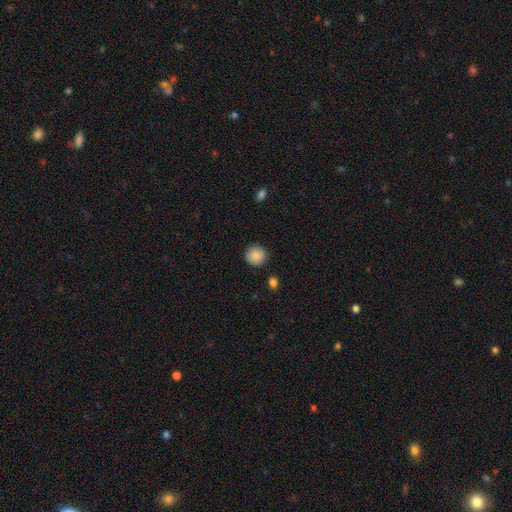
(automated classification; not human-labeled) Q: Smooth or featured?
A: smooth (87%); runner-up: star or artifact (8%)
Q: How rounded?
A: round (93%); runner-up: in between (6%)
Q: Merging?
A: none (89%); runner-up: minor disturbance (8%)